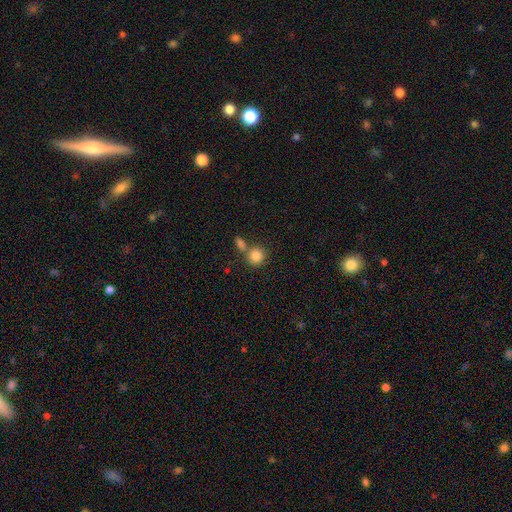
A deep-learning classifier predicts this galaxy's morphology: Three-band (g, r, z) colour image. It shows a smooth galaxy with no disk features (85%) that is round (86%). Merging: none (59%).